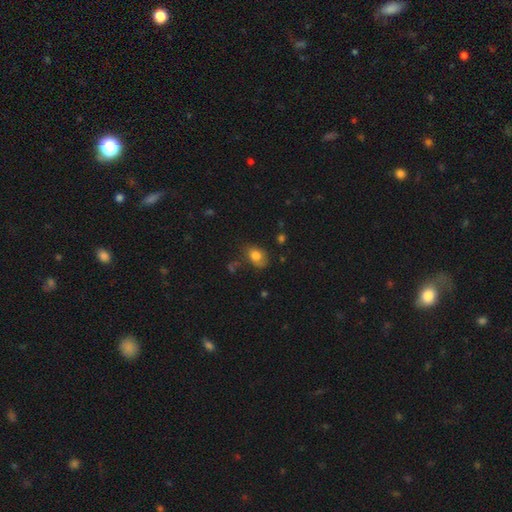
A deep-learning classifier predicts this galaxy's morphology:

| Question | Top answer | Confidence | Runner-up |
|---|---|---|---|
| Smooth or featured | smooth | 77% | featured or disk (13%) |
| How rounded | in between | 73% | round (26%) |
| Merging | none | 50% | minor disturbance (31%) |